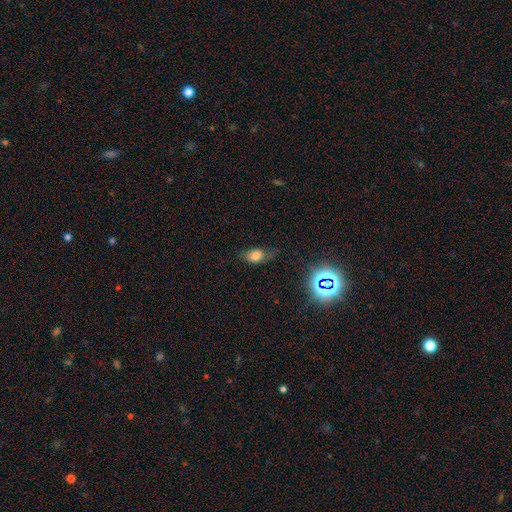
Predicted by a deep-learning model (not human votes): smooth_or_featured: smooth (p=0.68) [alt: featured or disk p=0.18]
how_rounded: in between (p=0.81) [alt: round p=0.15]
merging: none (p=0.53) [alt: minor disturbance p=0.29]